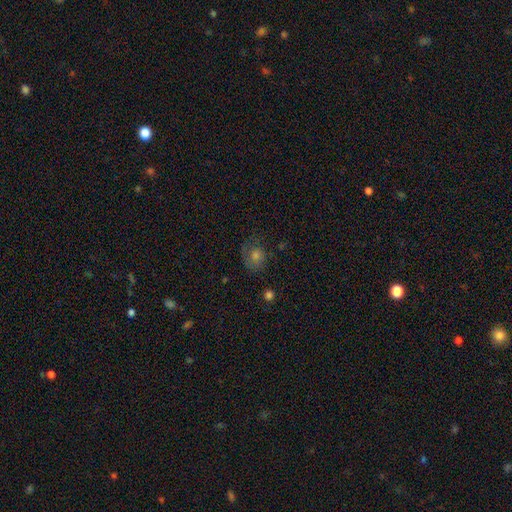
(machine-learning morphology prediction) The model was most divided on "smooth or featured": smooth: 54%, featured or disk: 26%, star or artifact: 20%. More confident: how rounded — round (65%); merging — none (62%).